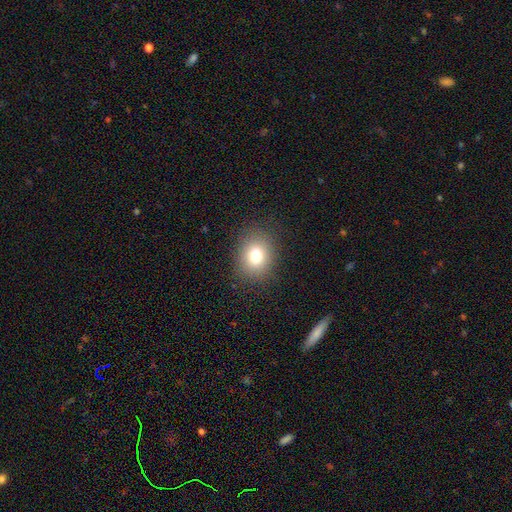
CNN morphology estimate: smooth 77%, star or artifact 13%, featured or disk 10%. Down the decision tree: how rounded — round (57%); merging — none (86%).